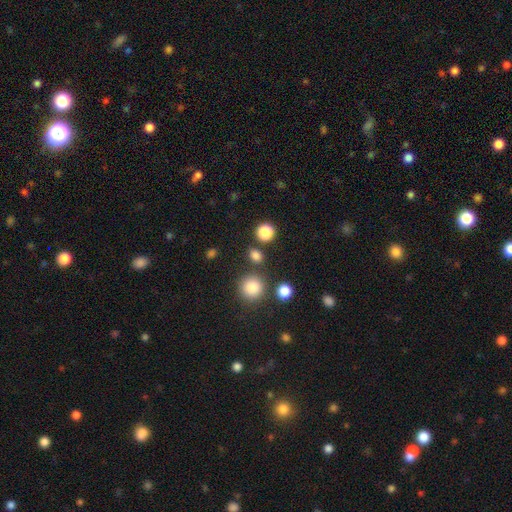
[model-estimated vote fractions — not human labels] Q: Smooth or featured?
A: smooth (80%); runner-up: star or artifact (15%)
Q: How rounded?
A: round (75%); runner-up: in between (24%)
Q: Merging?
A: none (79%); runner-up: merger (9%)